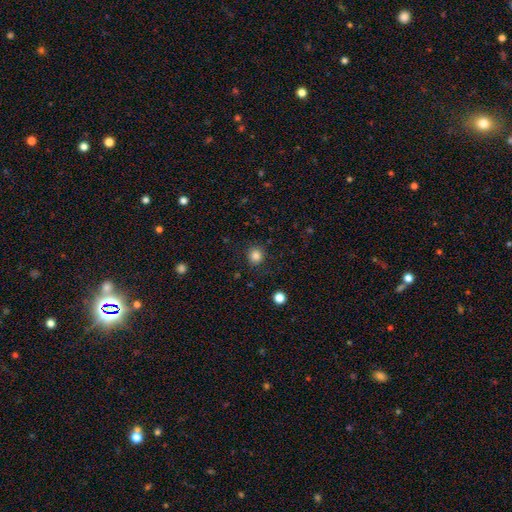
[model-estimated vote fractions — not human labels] Smooth or featured? smooth (83%)
How rounded? round (88%)
Merging? none (87%)